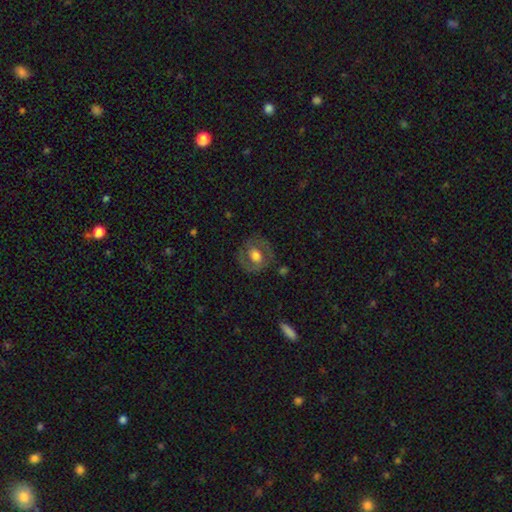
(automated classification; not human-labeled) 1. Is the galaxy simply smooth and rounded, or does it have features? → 51% featured or disk, 42% smooth, 7% star or artifact.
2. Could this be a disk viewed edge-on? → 95% no, 5% yes.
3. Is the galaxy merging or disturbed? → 76% none, 15% minor disturbance, 8% major disturbance, 1% merger.